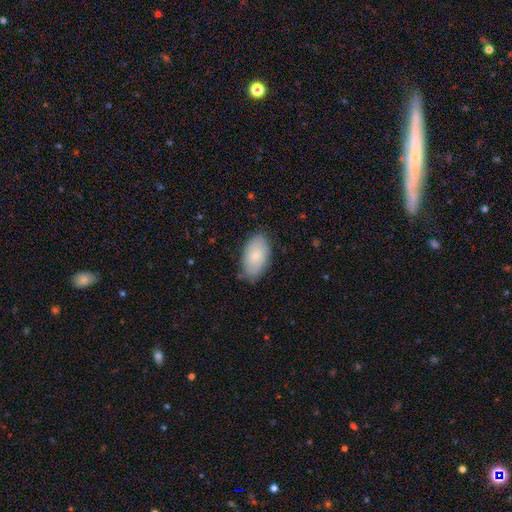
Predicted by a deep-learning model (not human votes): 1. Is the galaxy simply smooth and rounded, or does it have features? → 75% smooth, 19% featured or disk, 6% star or artifact.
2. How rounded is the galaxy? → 95% in between, 3% round, 2% cigar-shaped.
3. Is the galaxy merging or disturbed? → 78% none, 17% minor disturbance, 3% major disturbance, 1% merger.